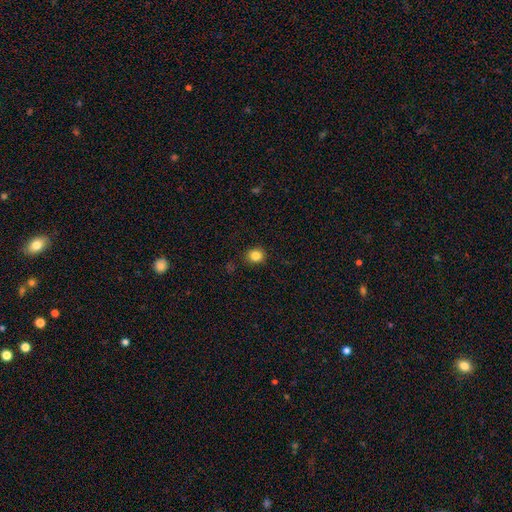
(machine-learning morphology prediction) Smooth or featured: smooth — 84% (star or artifact — 11%)
How rounded: round — 76% (in between — 23%)
Merging: none — 88% (minor disturbance — 8%)